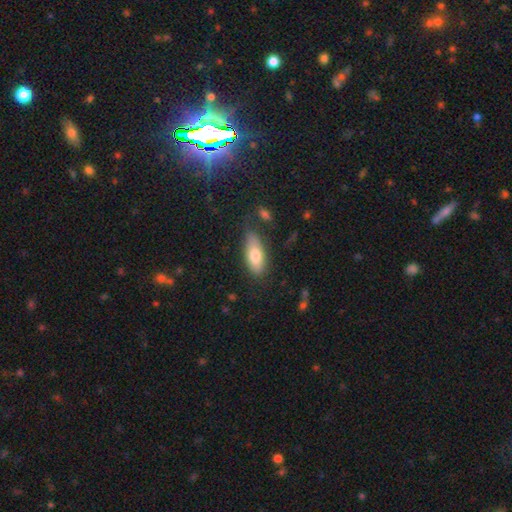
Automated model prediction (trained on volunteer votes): This is likely a smooth galaxy (76%). How rounded: likely in between (79%). Merging: likely none (72%).